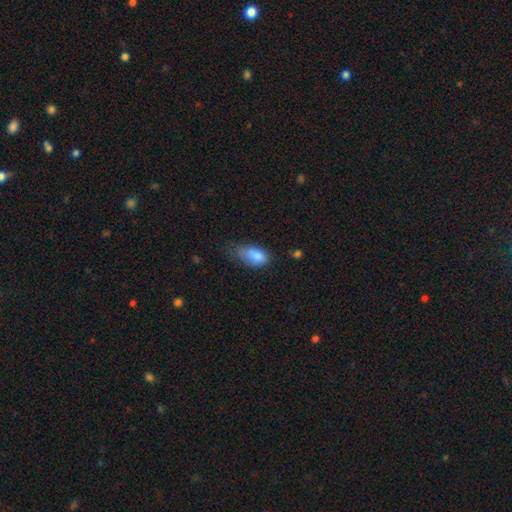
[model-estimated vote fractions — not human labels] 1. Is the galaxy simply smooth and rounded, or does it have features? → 82% smooth, 10% featured or disk, 9% star or artifact.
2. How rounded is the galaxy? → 90% in between, 6% round, 5% cigar-shaped.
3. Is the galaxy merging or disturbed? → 42% minor disturbance, 32% none, 22% major disturbance, 4% merger.